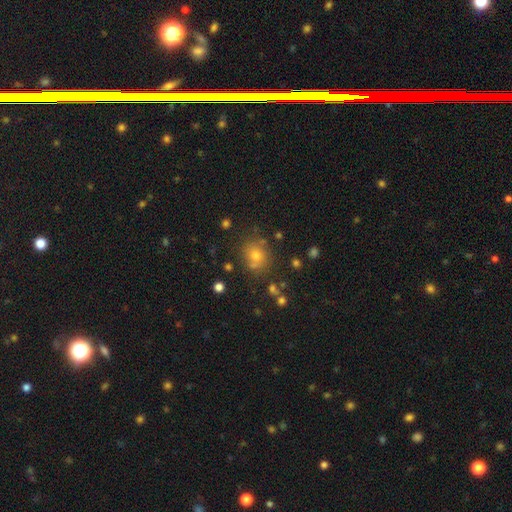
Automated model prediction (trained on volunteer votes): Overall: smooth (64%). How rounded: round (76%). Merging: none (75%).